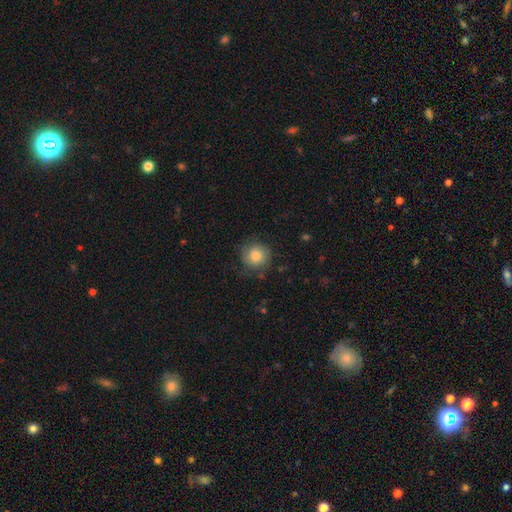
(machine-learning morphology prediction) smooth-or-featured: smooth: 77% | featured or disk: 15% | star or artifact: 9%
  how-rounded: round: 92% | in between: 7% | cigar-shaped: 1%
  merging: none: 77% | minor disturbance: 16% | major disturbance: 6% | merger: 1%